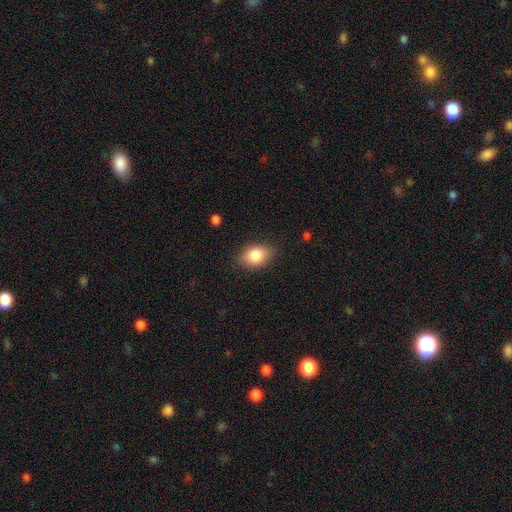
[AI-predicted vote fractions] This is clearly a smooth galaxy (82%). How rounded: likely in between (79%). Merging: clearly none (81%).